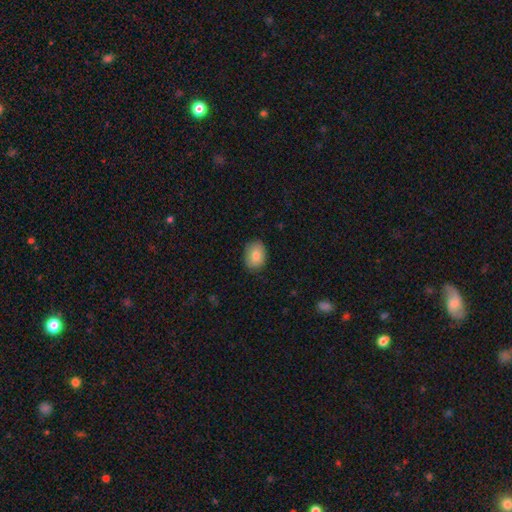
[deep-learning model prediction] Smooth or featured? Predicted: smooth (p=0.83). How rounded? Predicted: in between (p=0.69). Merging? Predicted: none (p=0.85).